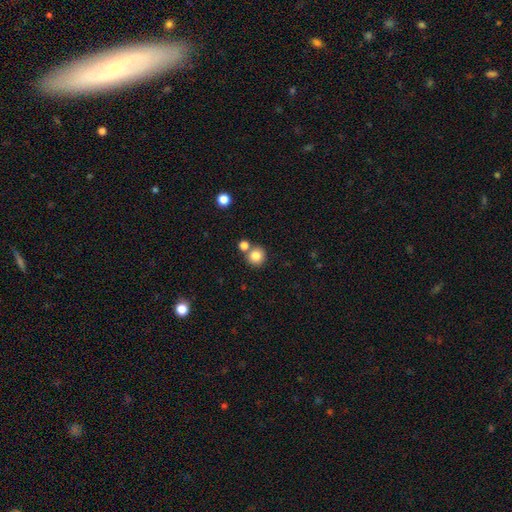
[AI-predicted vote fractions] smooth 83%, star or artifact 10%, featured or disk 7%. Down the decision tree: how rounded — round (91%); merging — none (66%).